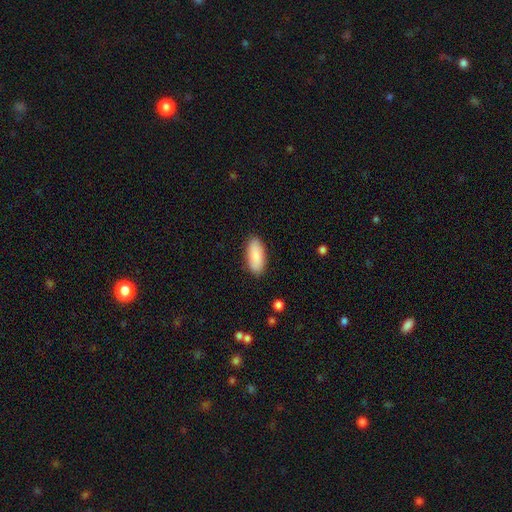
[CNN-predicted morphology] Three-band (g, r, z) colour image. It shows a smooth galaxy with no disk features (88%) that is in between round and cigar-shaped (86%). Merging: none (87%).